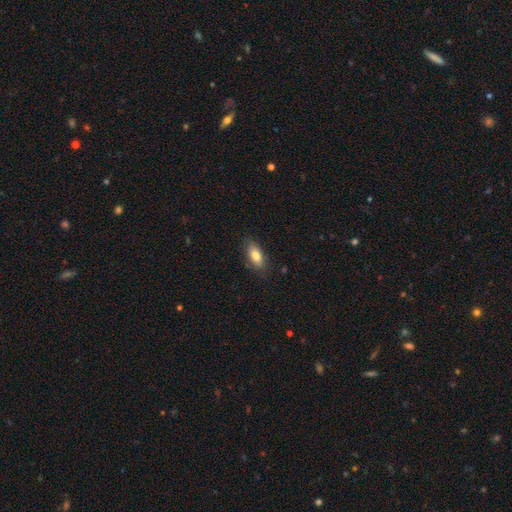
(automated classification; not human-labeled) Smooth or featured? Predicted: smooth (p=0.80). How rounded? Predicted: in between (p=0.85). Merging? Predicted: none (p=0.81).